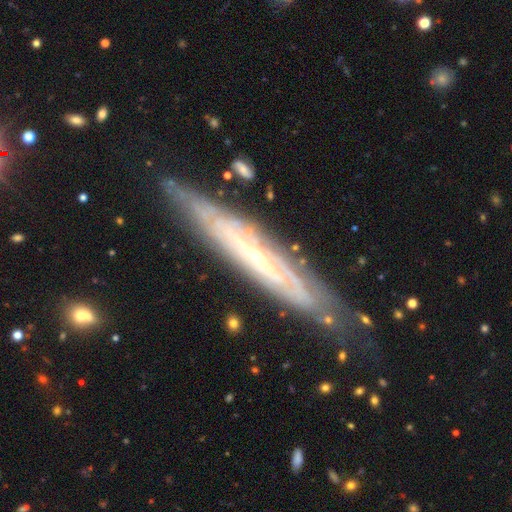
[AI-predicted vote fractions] The model was most divided on "edge-on disk": no: 52%, yes: 48%. More confident: smooth or featured — featured or disk (81%); merging — none (78%).